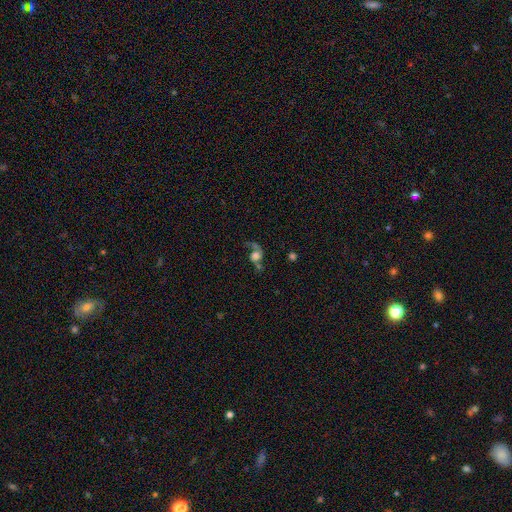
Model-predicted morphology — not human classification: Smooth or featured? Predicted: smooth (p=0.44). Merging? Predicted: major disturbance (p=0.38).